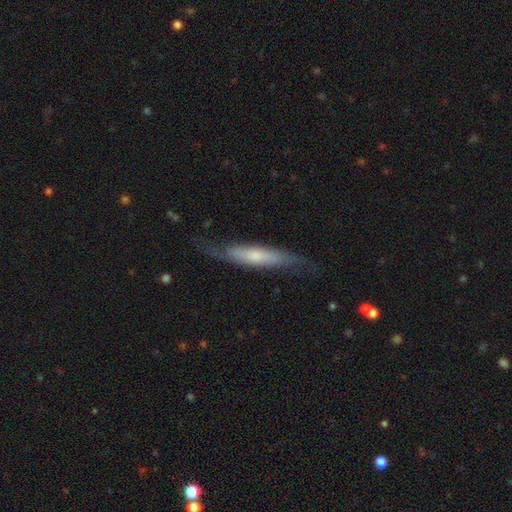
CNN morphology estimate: A featured or disk galaxy (52%) viewed edge-on (63%). Merging: none (68%).